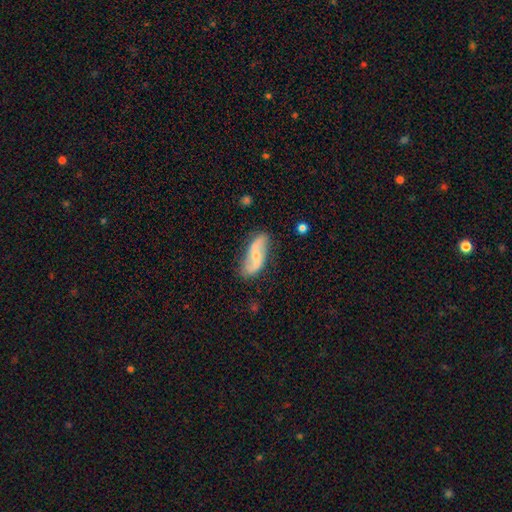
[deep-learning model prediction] Smooth or featured: featured or disk — 73% (smooth — 21%)
Edge-on disk: no — 92% (yes — 8%)
Bar: no — 43% (weak — 37%)
Spiral arms: yes — 92% (no — 8%)
Spiral winding: loose — 70% (medium — 21%)
Spiral arm count: 2 — 91% (can't tell — 4%)
Bulge size: small — 63% (moderate — 28%)
Merging: none — 76% (minor disturbance — 18%)